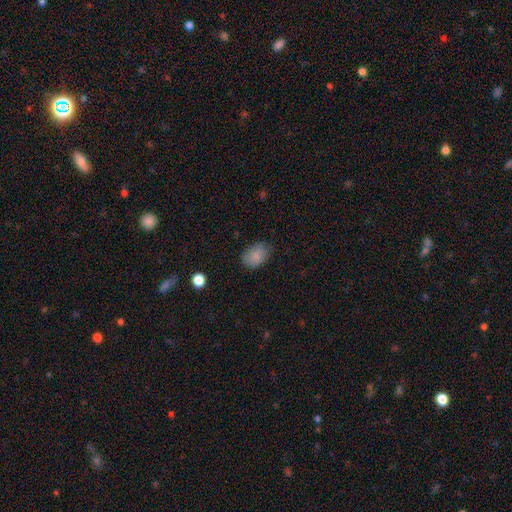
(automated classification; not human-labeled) The model was most divided on "merging": none: 73%, minor disturbance: 21%, major disturbance: 5%, merger: 1%. More confident: smooth or featured — smooth (86%); how rounded — in between (78%).